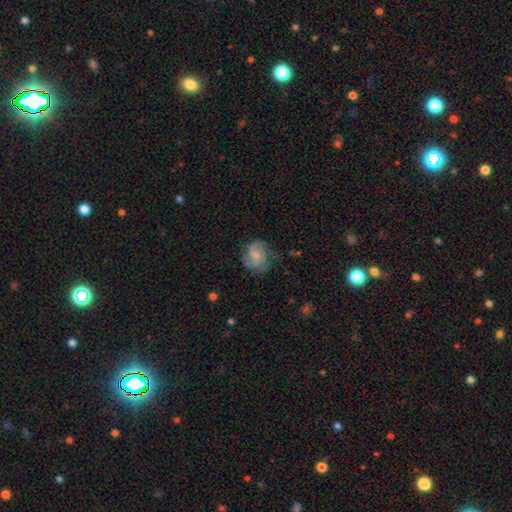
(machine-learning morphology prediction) The model was most divided on "bulge size": small: 45%, moderate: 30%, none: 20%, large: 4%, dominant: 1%. Remaining: edge-on disk — no (98%); spiral arms — yes (89%); bar — no (64%); merging — none (61%); smooth or featured — featured or disk (61%); spiral winding — medium (46%); spiral arm count — 2 (43%).